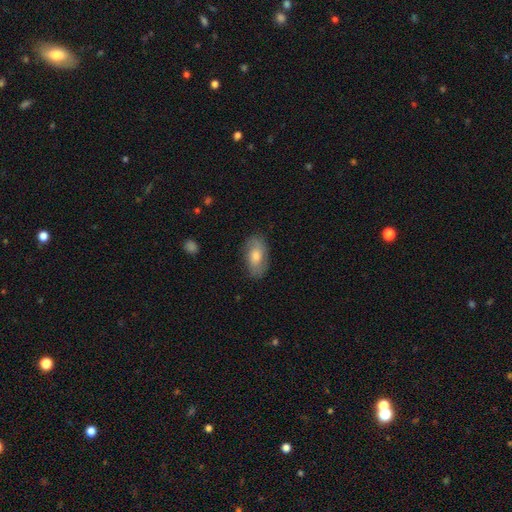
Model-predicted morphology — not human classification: This is possibly a smooth galaxy (54%). How rounded: clearly in between (90%). Merging: likely none (78%).